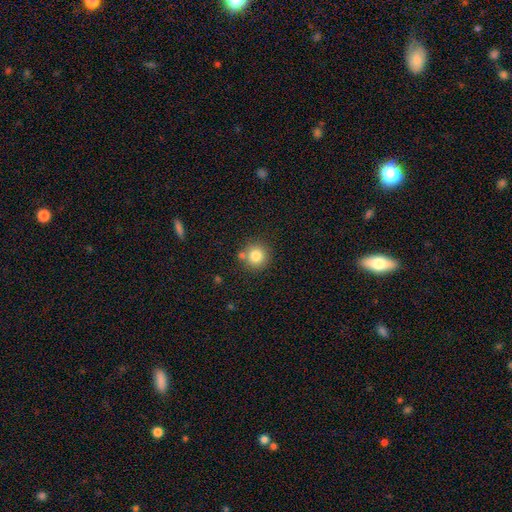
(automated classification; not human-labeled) Smooth or featured? smooth (82%)
How rounded? round (93%)
Merging? none (77%)